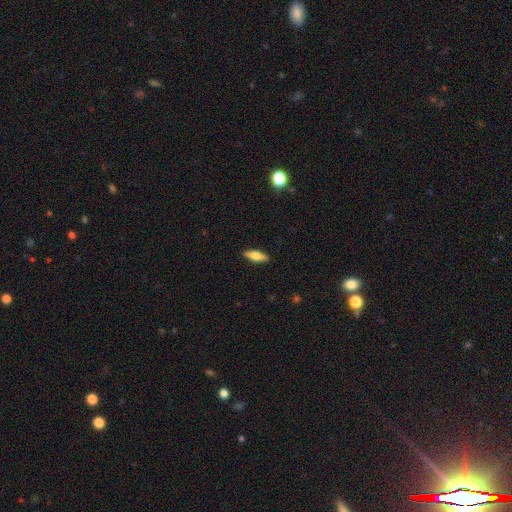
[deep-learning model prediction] Smooth or featured? smooth (61%)
How rounded? in between (55%)
Merging? none (90%)